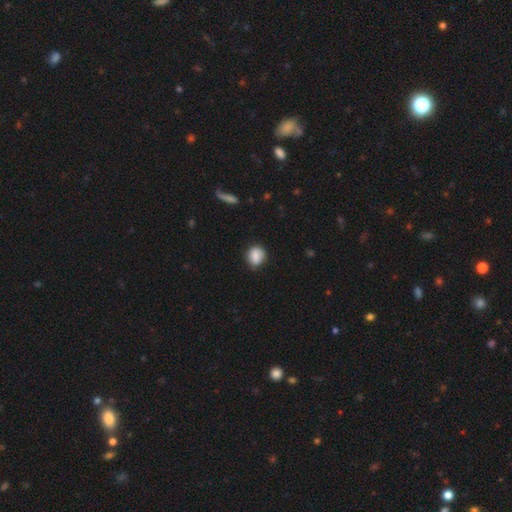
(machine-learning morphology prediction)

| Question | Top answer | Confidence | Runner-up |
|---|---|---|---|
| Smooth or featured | smooth | 84% | featured or disk (8%) |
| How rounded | round | 64% | in between (34%) |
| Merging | none | 76% | minor disturbance (19%) |